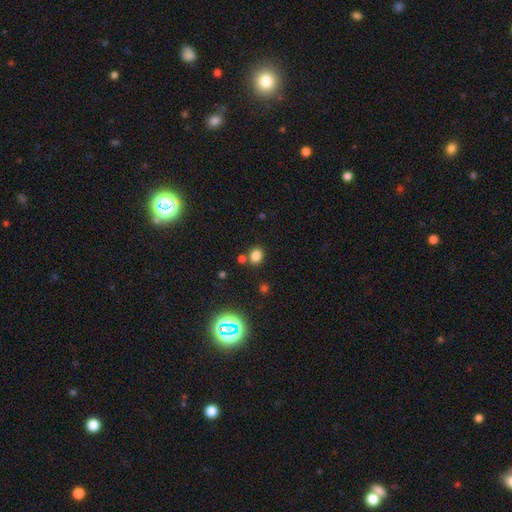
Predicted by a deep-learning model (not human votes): smooth-or-featured: smooth: 78% | star or artifact: 17% | featured or disk: 5%
  how-rounded: round: 60% | in between: 39% | cigar-shaped: 1%
  merging: none: 72% | merger: 15% | minor disturbance: 10% | major disturbance: 3%